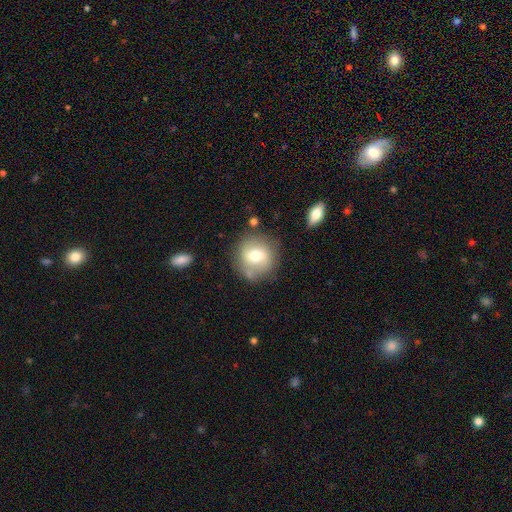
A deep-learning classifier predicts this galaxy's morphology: A smooth galaxy with no disk features (61%) that is round (88%).

Vote fractions:
- Smooth or featured? smooth: 61% / featured or disk: 31% / star or artifact: 9%
- How rounded? round: 88% / in between: 11% / cigar-shaped: 1%
- Merging? none: 73% / minor disturbance: 16% / merger: 6% / major disturbance: 5%